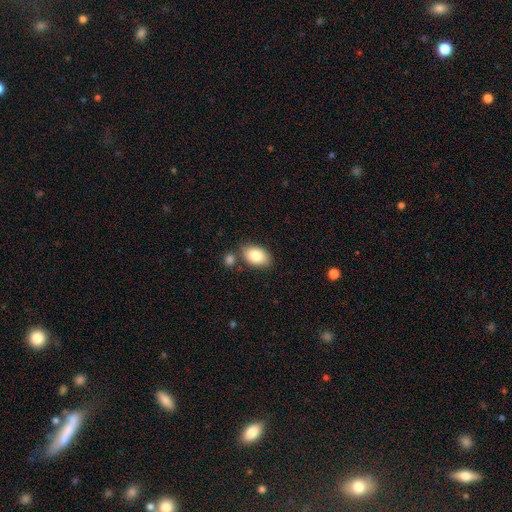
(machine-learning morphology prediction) Overall: smooth (84%). How rounded: in between (90%). Merging: none (74%).